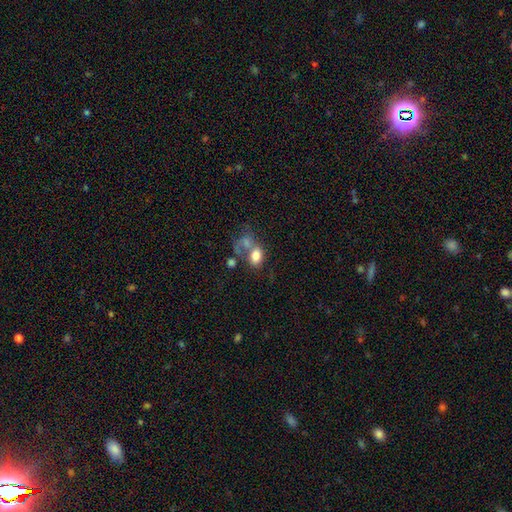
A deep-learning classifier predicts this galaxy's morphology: This is likely a smooth galaxy (75%). How rounded: clearly in between (81%). Merging: marginally merger (44%).